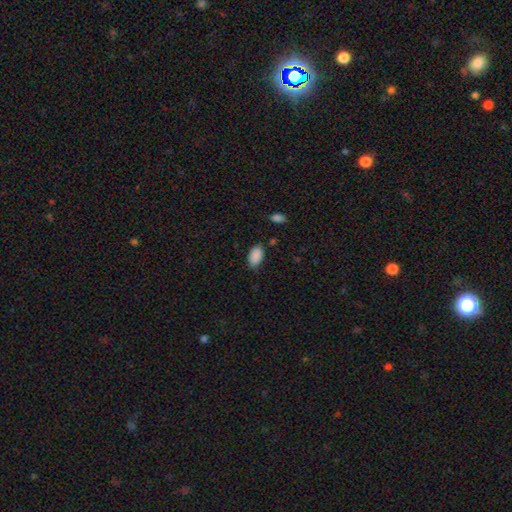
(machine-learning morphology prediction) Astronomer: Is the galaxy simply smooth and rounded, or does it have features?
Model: smooth — 90%.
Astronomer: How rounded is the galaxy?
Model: in between — 94%.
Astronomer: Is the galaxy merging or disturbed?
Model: none — 79%.